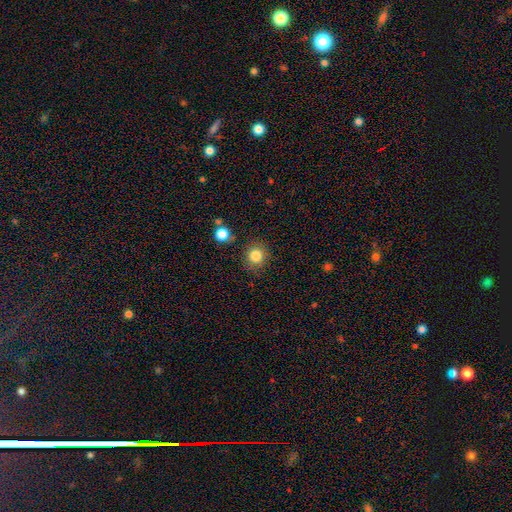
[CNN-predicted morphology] This is clearly a smooth galaxy (83%). How rounded: clearly round (90%). Merging: clearly none (86%).